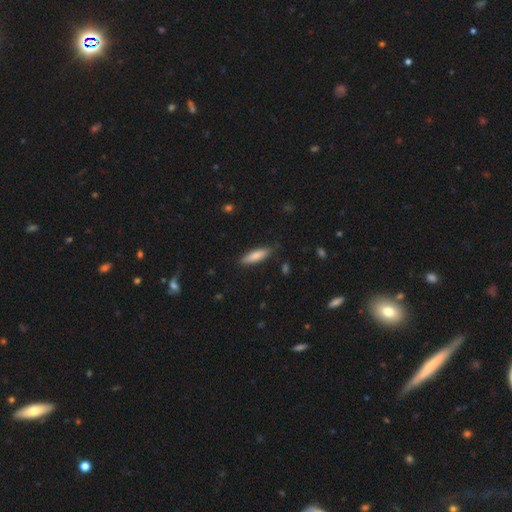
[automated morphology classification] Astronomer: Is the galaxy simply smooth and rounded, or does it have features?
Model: smooth — 79%.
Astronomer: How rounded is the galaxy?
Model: cigar-shaped — 65%.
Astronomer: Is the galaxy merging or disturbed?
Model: none — 84%.